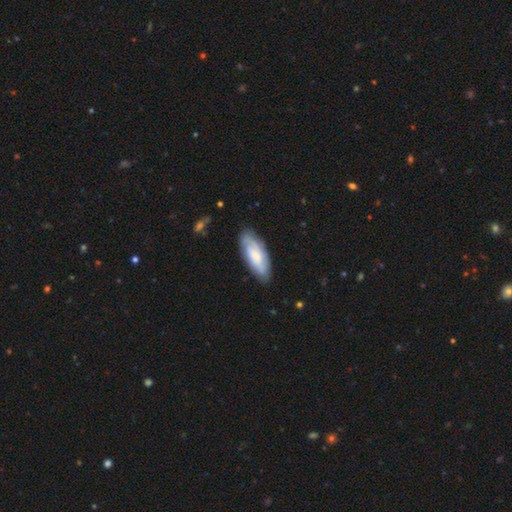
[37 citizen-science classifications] Smooth or featured: featured or disk — 54% (smooth — 41%)
Edge-on disk: no — 90% (yes — 10%)
Bar: no — 61% (weak — 39%)
Spiral arms: yes — 89% (no — 11%)
Spiral winding: tight — 44% (tied with medium — 44%)
Spiral arm count: 2 — 44% (can't tell — 38%)
Bulge size: small — 83% (none — 11%)
Merging: none — 74% (minor disturbance — 14%)